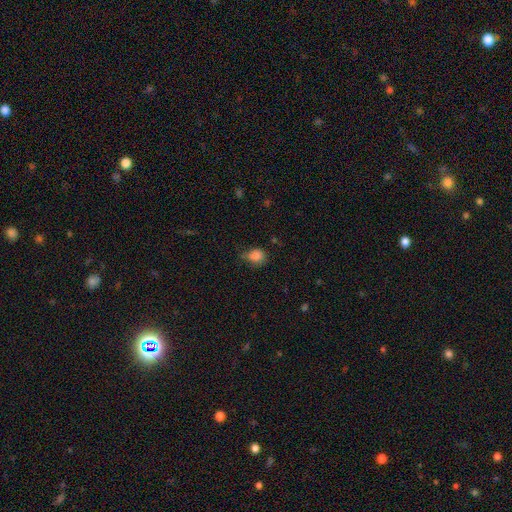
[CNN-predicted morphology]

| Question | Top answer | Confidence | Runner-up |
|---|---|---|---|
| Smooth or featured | smooth | 83% | star or artifact (10%) |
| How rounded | round | 56% | in between (42%) |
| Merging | none | 53% | minor disturbance (35%) |